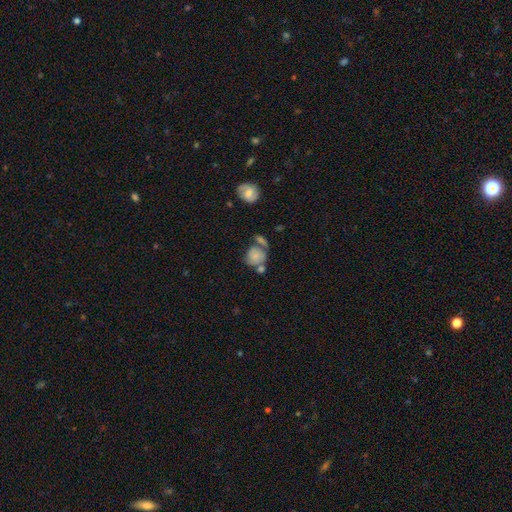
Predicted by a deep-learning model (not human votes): smooth 67%, featured or disk 24%, star or artifact 9%. Down the decision tree: how rounded — round (75%); merging — none (40%).